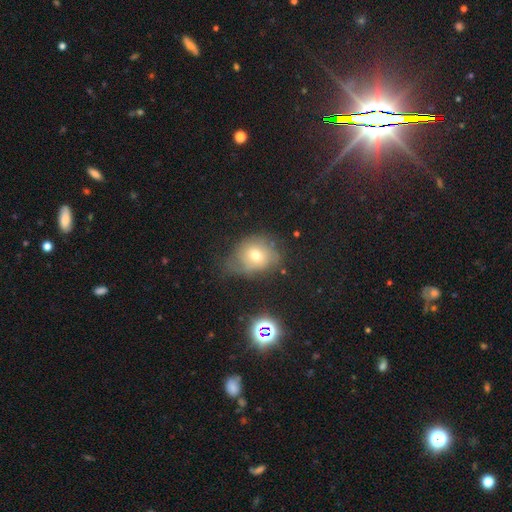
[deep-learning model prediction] Smooth or featured?
  - smooth: 61% *
  - featured or disk: 21%
  - star or artifact: 18%
How rounded?
  - round: 60% *
  - in between: 39%
  - cigar-shaped: 1%
Merging?
  - none: 45% *
  - minor disturbance: 34%
  - major disturbance: 18%
  - merger: 3%